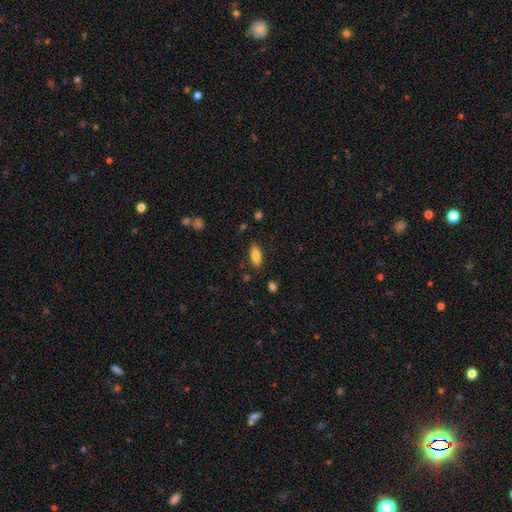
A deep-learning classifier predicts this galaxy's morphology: smooth 83%, featured or disk 9%, star or artifact 7%. Down the decision tree: how rounded — in between (79%); merging — none (85%).